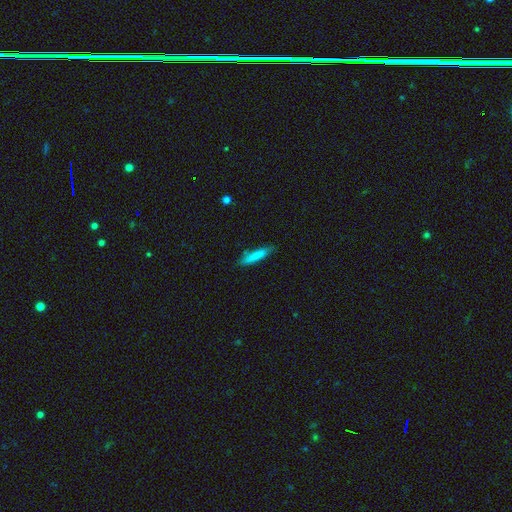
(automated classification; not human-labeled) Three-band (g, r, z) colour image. It shows a smooth galaxy with no disk features (81%) that is cigar-shaped (87%). Merging: none (79%).